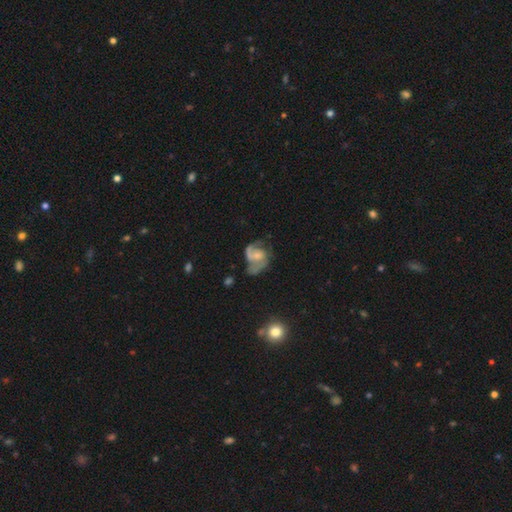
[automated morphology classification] Overall: featured or disk (69%). Edge-on disk: no (98%). Bar: no (63%; weak 31%). Spiral arms: yes (81%). Spiral arm count: 2 (62%). Spiral winding: medium (46%; loose 32%). Bulge size: small (48%; moderate 31%). Merging: major disturbance (36%; none 35%).